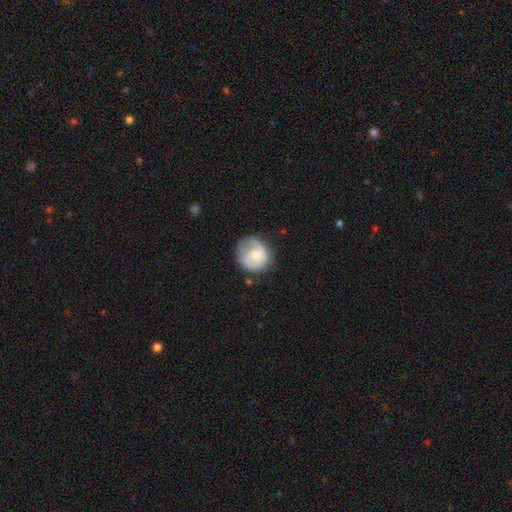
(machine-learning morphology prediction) smooth-or-featured: smooth: 53% | featured or disk: 40% | star or artifact: 7%
  how-rounded: round: 83% | in between: 16% | cigar-shaped: 1%
  merging: none: 58% | minor disturbance: 27% | major disturbance: 13% | merger: 2%